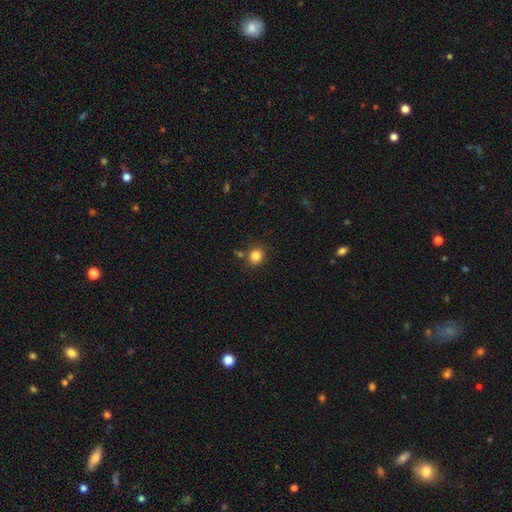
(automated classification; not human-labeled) This is clearly a smooth galaxy (84%). How rounded: clearly round (84%). Merging: clearly none (80%).